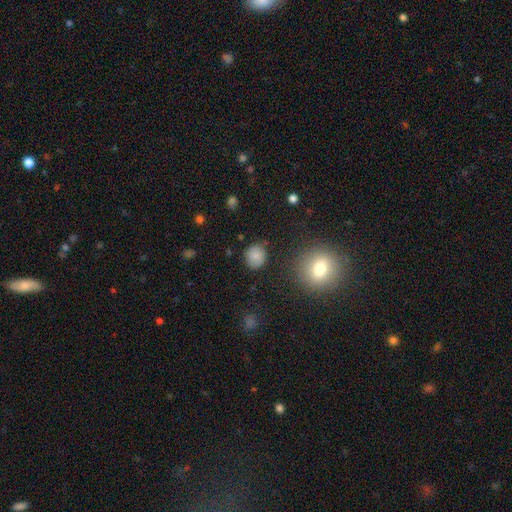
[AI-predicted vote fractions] smooth_or_featured: smooth (p=0.82) [alt: star or artifact p=0.11]
how_rounded: round (p=0.82) [alt: in between p=0.17]
merging: none (p=0.83) [alt: minor disturbance p=0.12]